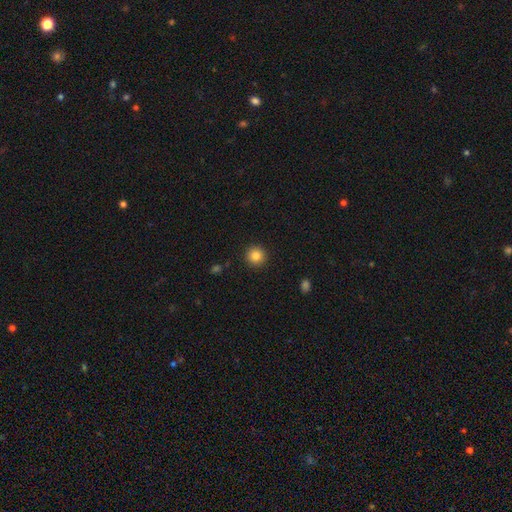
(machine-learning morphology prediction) Smooth or featured?
  - smooth: 85% *
  - star or artifact: 11%
  - featured or disk: 5%
How rounded?
  - round: 95% *
  - in between: 4%
  - cigar-shaped: 1%
Merging?
  - none: 92% *
  - minor disturbance: 5%
  - major disturbance: 2%
  - merger: 1%